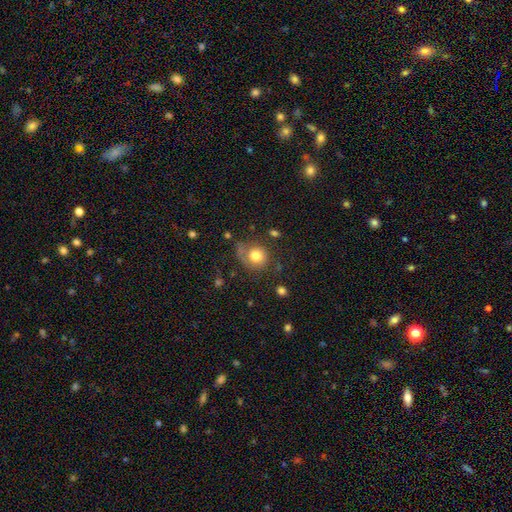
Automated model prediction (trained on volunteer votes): Smooth or featured?
  - smooth: 72% *
  - featured or disk: 19%
  - star or artifact: 9%
How rounded?
  - round: 78% *
  - in between: 21%
  - cigar-shaped: 1%
Merging?
  - none: 53% *
  - minor disturbance: 23%
  - major disturbance: 18%
  - merger: 6%